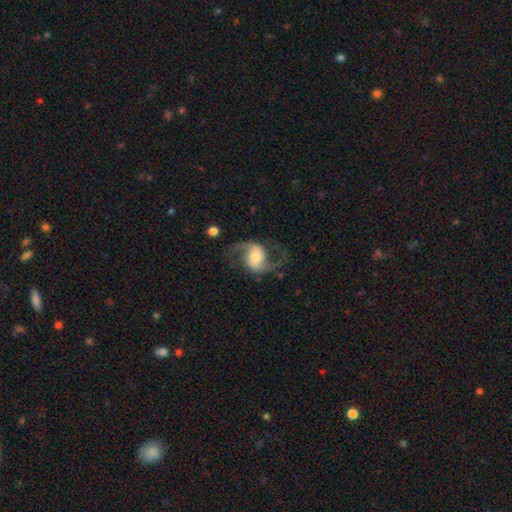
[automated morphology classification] A featured or disk galaxy (87%) with a weak bar (42%), 2 (94%) loose (54%) spiral arms (97%) and a moderate central bulge (43%). Merging: none (73%).